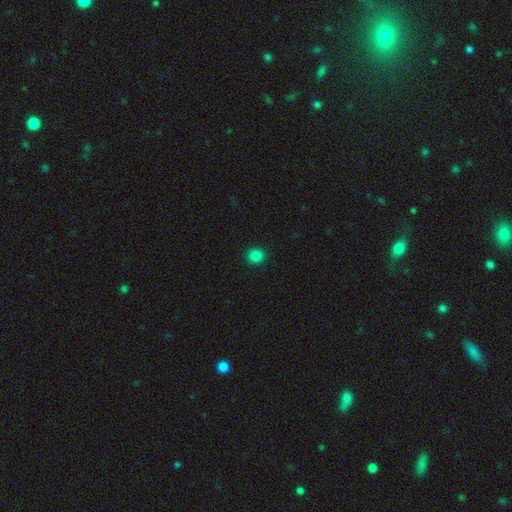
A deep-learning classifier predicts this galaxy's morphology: Smooth or featured? Predicted: smooth (p=0.85). How rounded? Predicted: round (p=0.85). Merging? Predicted: none (p=0.92).